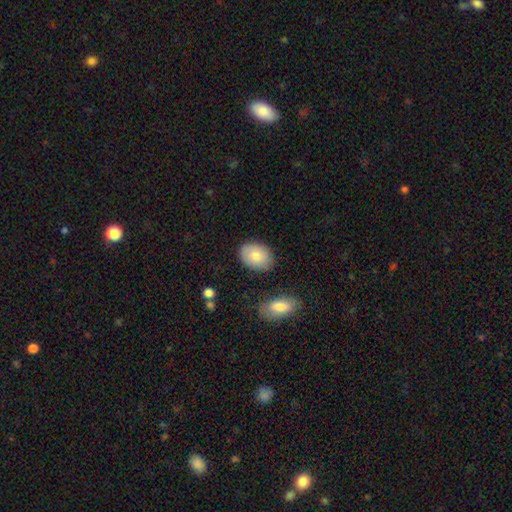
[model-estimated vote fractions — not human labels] This is clearly a smooth galaxy (83%). How rounded: likely in between (79%). Merging: clearly none (83%).